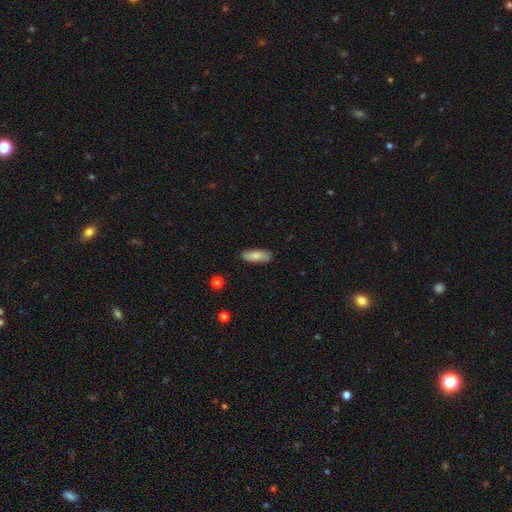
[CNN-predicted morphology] A smooth galaxy with no disk features (82%) that is in between round and cigar-shaped (69%).

Vote fractions:
- Smooth or featured? smooth: 82% / featured or disk: 12% / star or artifact: 6%
- How rounded? in between: 69% / cigar-shaped: 29% / round: 2%
- Merging? none: 86% / minor disturbance: 11% / major disturbance: 2% / merger: 1%